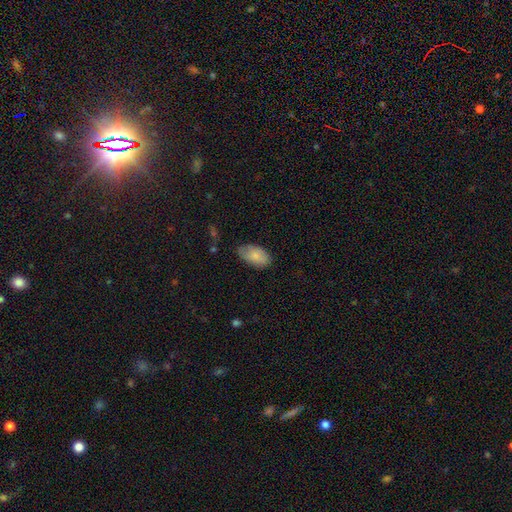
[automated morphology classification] smooth 82%, featured or disk 11%, star or artifact 6%. Down the decision tree: how rounded — in between (94%); merging — none (74%).